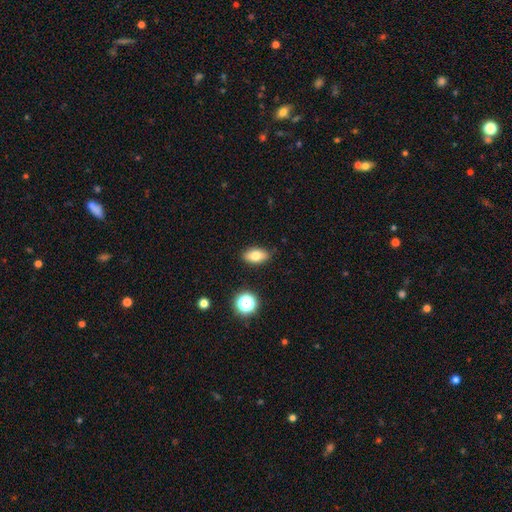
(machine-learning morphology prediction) This is likely a smooth galaxy (77%). How rounded: clearly in between (88%). Merging: clearly none (87%).